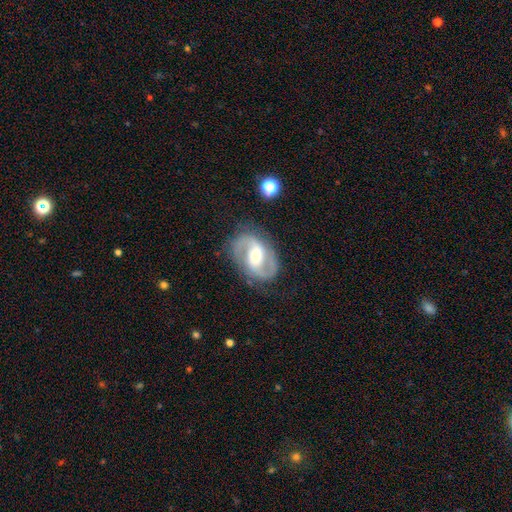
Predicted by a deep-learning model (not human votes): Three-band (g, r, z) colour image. It shows a featured or disk galaxy (88%) with a weak bar (43%), 2 (93%) medium (56%) spiral arms (96%) and a moderate central bulge (61%). Merging: none (81%).